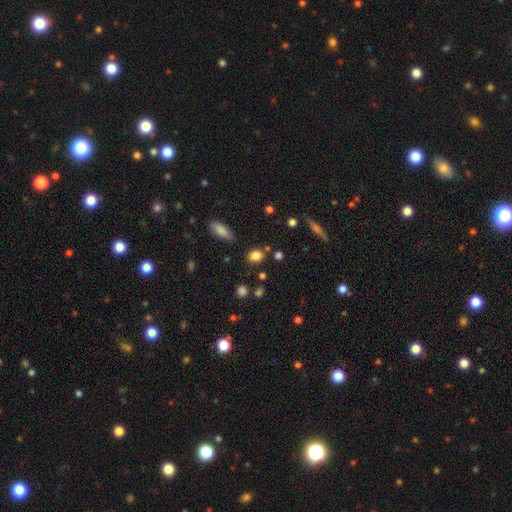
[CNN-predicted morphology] Overall: smooth (82%). How rounded: in between (56%; round 41%). Merging: none (79%).